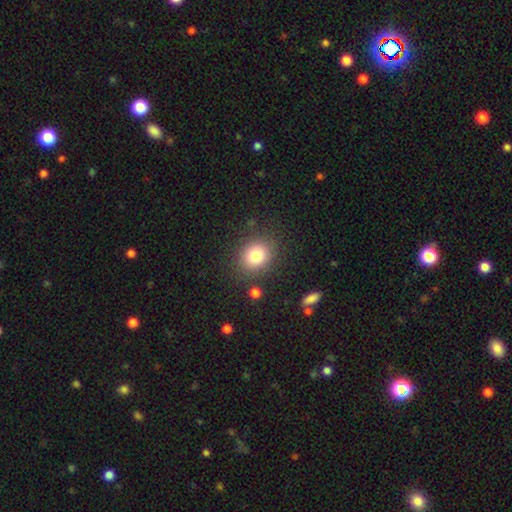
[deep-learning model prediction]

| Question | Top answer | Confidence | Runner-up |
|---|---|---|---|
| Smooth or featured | smooth | 80% | star or artifact (11%) |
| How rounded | round | 67% | in between (32%) |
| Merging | none | 84% | minor disturbance (10%) |